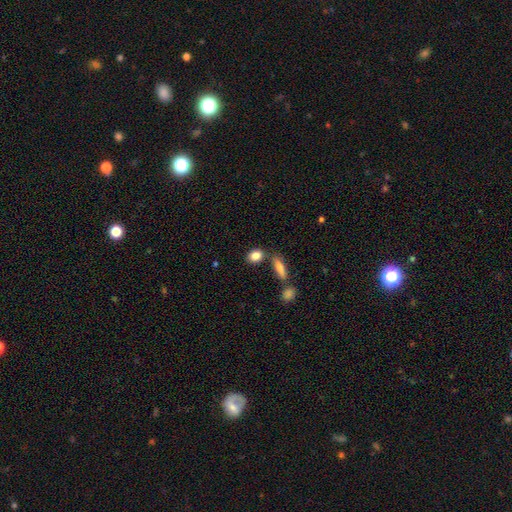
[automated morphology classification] smooth-or-featured: smooth: 85% | star or artifact: 8% | featured or disk: 7%
  how-rounded: in between: 64% | round: 31% | cigar-shaped: 5%
  merging: none: 71% | merger: 14% | minor disturbance: 12% | major disturbance: 3%